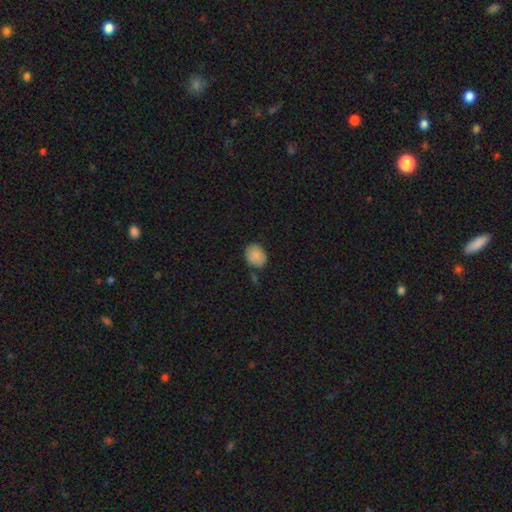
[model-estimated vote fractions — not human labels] This appears to be a smooth galaxy with no disk features (86%) that is round (55%). Merging: none (71%).